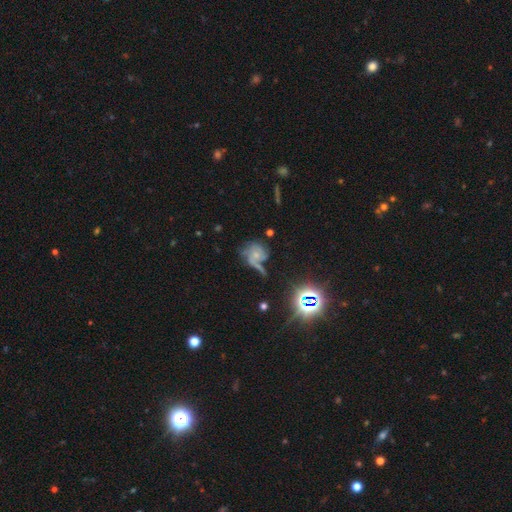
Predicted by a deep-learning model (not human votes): Q: Smooth or featured?
A: featured or disk (54%); runner-up: smooth (27%)
Q: Edge-on disk?
A: no (96%); runner-up: yes (4%)
Q: Bar?
A: no (79%); runner-up: weak (17%)
Q: Spiral arms?
A: yes (77%); runner-up: no (23%)
Q: Bulge size?
A: small (62%); runner-up: moderate (25%)
Q: Merging?
A: none (40%); runner-up: minor disturbance (22%)